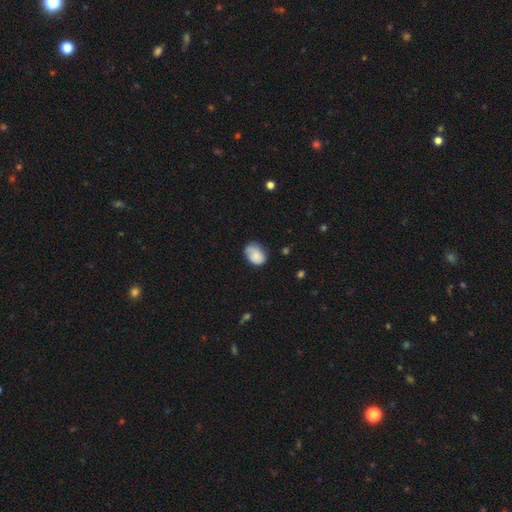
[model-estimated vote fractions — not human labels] Smooth or featured? Predicted: smooth (p=0.72). How rounded? Predicted: in between (p=0.77). Merging? Predicted: none (p=0.55).